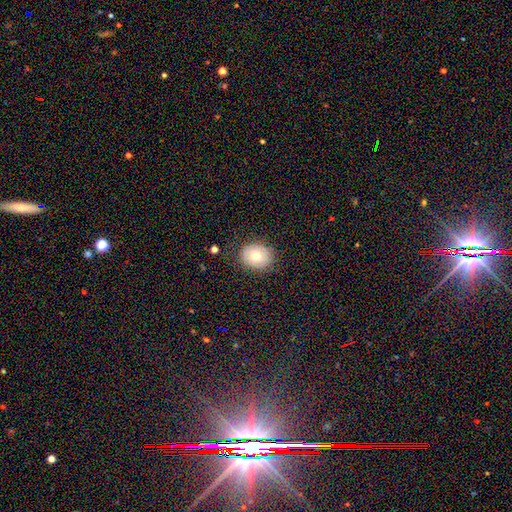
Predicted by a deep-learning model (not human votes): Smooth or featured?
  - smooth: 70% *
  - featured or disk: 21%
  - star or artifact: 9%
How rounded?
  - in between: 50% *
  - round: 49%
  - cigar-shaped: 1%
Merging?
  - none: 82% *
  - minor disturbance: 13%
  - major disturbance: 4%
  - merger: 1%